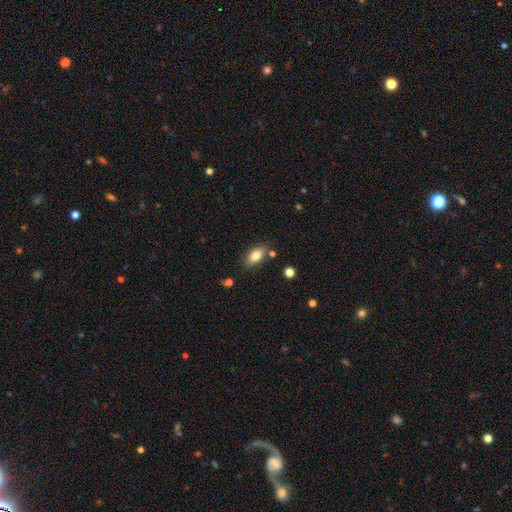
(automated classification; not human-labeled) smooth-or-featured: smooth: 82% | featured or disk: 10% | star or artifact: 8%
  how-rounded: in between: 89% | round: 6% | cigar-shaped: 5%
  merging: none: 79% | minor disturbance: 13% | merger: 5% | major disturbance: 3%